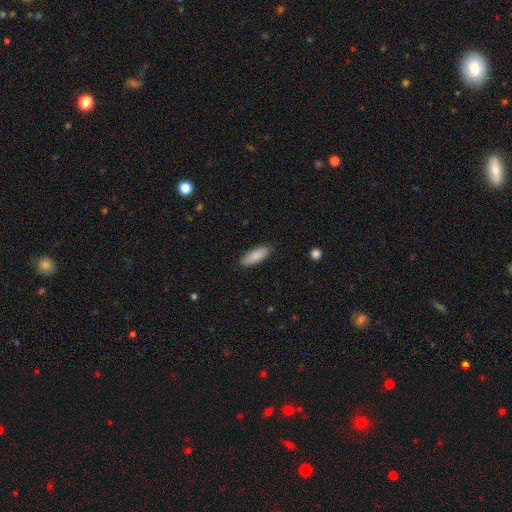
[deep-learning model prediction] The model was most divided on "how rounded": in between: 62%, cigar-shaped: 37%, round: 2%. More confident: smooth or featured — smooth (88%); merging — none (86%).